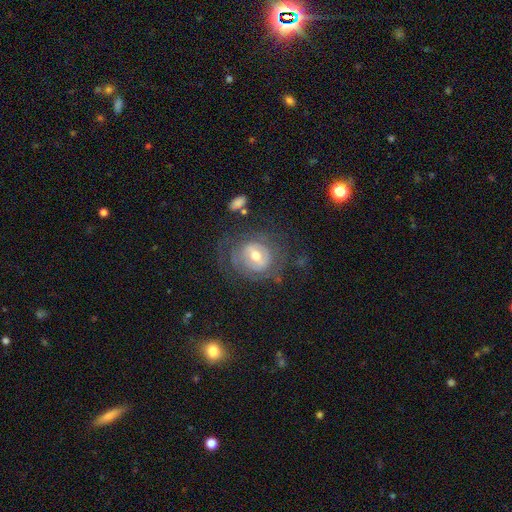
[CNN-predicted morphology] This is likely a featured or disk galaxy (71%). It is clearly not viewed edge-on (96%). Bar: possibly weak (47%). Spiral arm pattern: likely yes (67%). Central bulge: likely moderate (68%). Merging: likely none (62%).